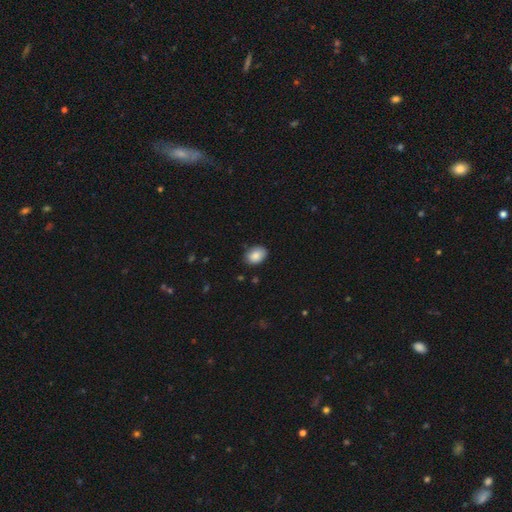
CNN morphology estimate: smooth_or_featured: smooth (p=0.86) [alt: star or artifact p=0.07]
how_rounded: in between (p=0.78) [alt: round p=0.21]
merging: none (p=0.80) [alt: minor disturbance p=0.16]